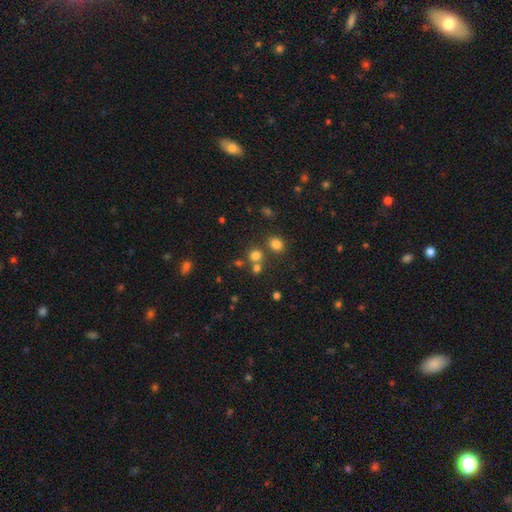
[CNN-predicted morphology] Q: Smooth or featured?
A: smooth (72%); runner-up: star or artifact (20%)
Q: How rounded?
A: round (84%); runner-up: in between (15%)
Q: Merging?
A: none (63%); runner-up: merger (26%)